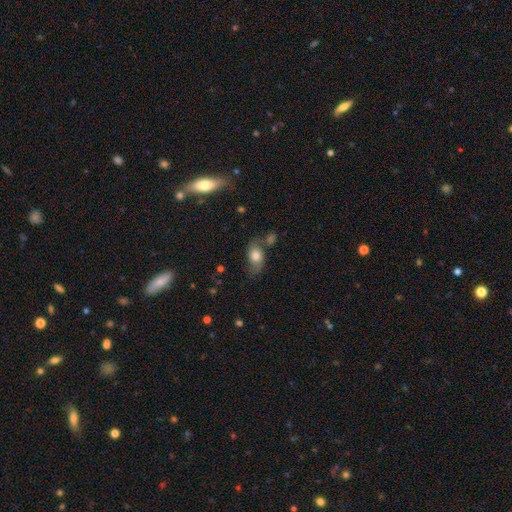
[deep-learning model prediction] The model was most divided on "merging": none: 56%, minor disturbance: 24%, merger: 11%, major disturbance: 9%. More confident: how rounded — in between (82%); smooth or featured — smooth (70%).